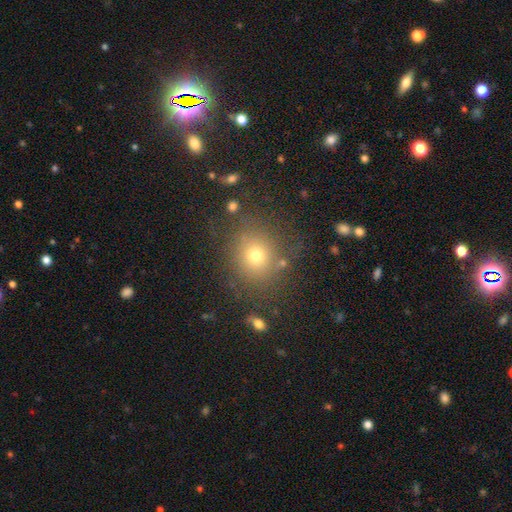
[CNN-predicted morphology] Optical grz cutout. It shows a smooth galaxy with no disk features (72%) that is round (78%). Merging: none (79%).